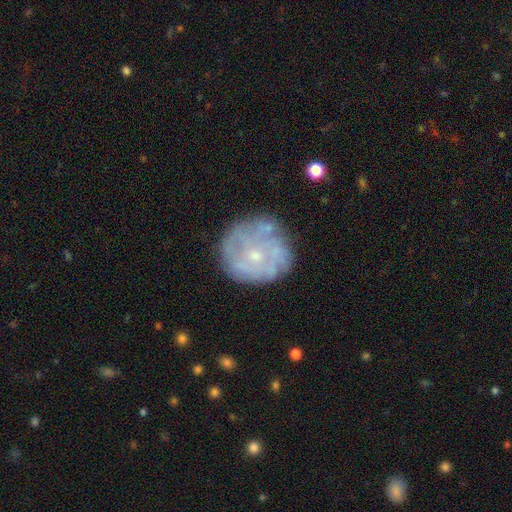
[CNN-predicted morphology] This appears to be a featured or disk galaxy (62%) with no bar (84%), spiral arms (51%) and a small central bulge (72%). Merging: none (72%).